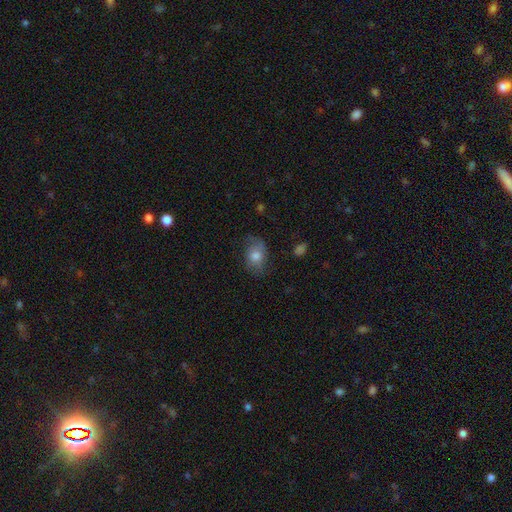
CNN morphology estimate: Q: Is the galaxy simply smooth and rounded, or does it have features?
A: smooth — 64%.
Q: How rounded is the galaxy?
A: in between — 72%.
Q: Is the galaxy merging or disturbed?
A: none — 64%.